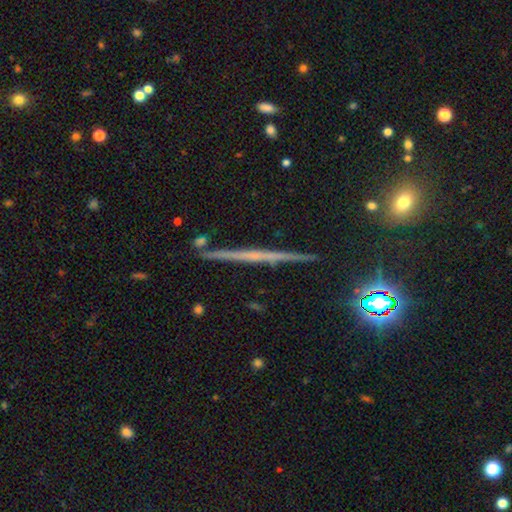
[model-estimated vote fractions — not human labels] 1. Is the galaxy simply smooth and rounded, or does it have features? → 65% featured or disk, 21% smooth, 14% star or artifact.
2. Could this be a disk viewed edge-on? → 98% yes, 2% no.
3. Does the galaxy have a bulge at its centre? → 75% none, 18% rounded, 7% boxy.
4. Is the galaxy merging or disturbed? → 90% none, 7% minor disturbance, 2% merger, 2% major disturbance.